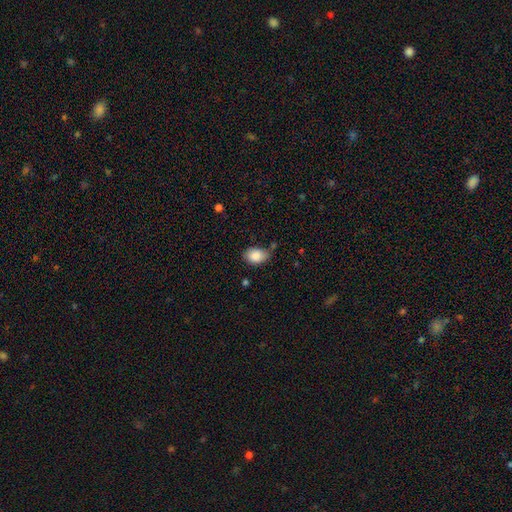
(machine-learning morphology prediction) This is clearly a smooth galaxy (87%). How rounded: likely in between (80%). Merging: likely none (62%).